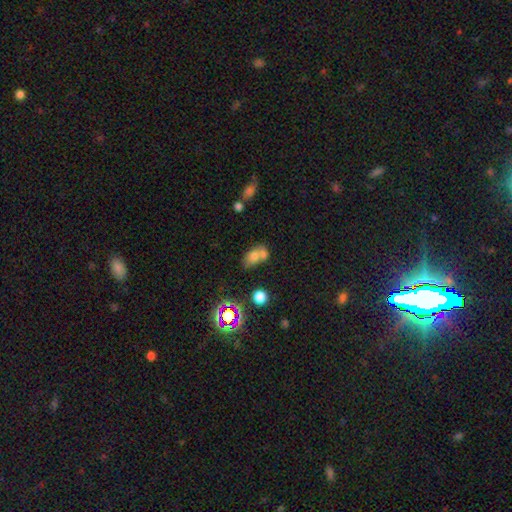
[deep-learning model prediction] Smooth or featured? Predicted: smooth (p=0.66). How rounded? Predicted: in between (p=0.74). Merging? Predicted: merger (p=0.52).